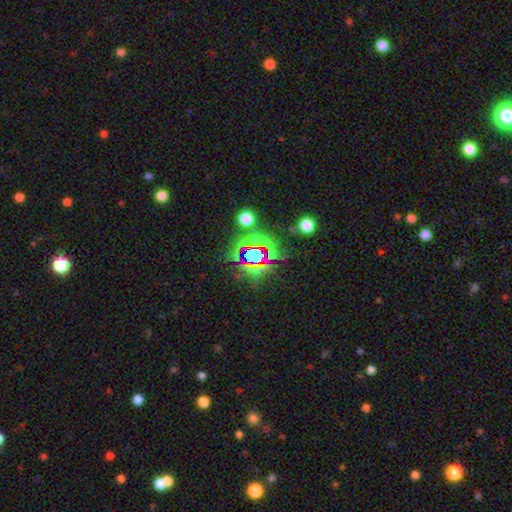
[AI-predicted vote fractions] This is likely a star or artifact rather than a galaxy (71%).